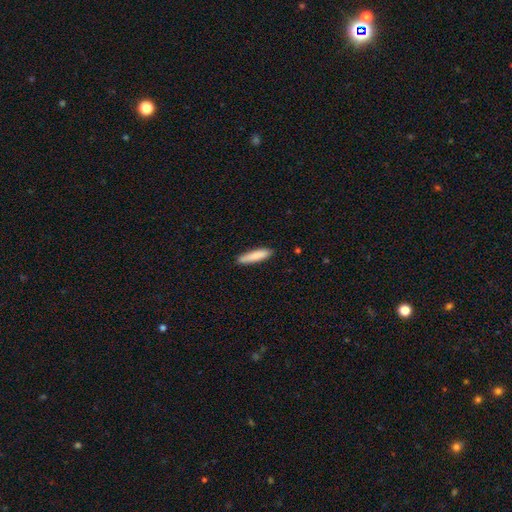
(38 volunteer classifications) Smooth or featured?
  - smooth: 84% *
  - star or artifact: 11%
  - featured or disk: 5%
How rounded?
  - cigar-shaped: 78% *
  - in between: 22%
  - round: 0%
Merging?
  - none: 97% *
  - major disturbance: 3%
  - minor disturbance: 0%
  - merger: 0%